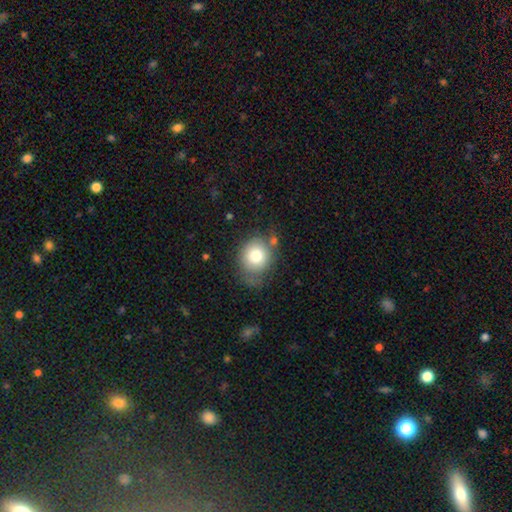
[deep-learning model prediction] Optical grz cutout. It shows a smooth galaxy with no disk features (78%) that is round (70%). Merging: none (58%).